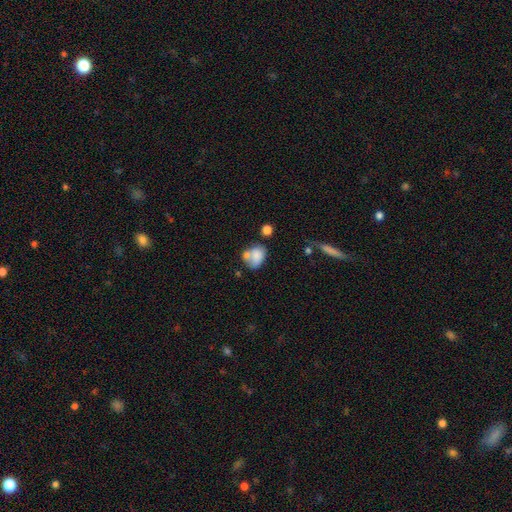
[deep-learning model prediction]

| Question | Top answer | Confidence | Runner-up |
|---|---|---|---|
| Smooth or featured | smooth | 75% | featured or disk (16%) |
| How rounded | in between | 71% | round (28%) |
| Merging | merger | 37% | none (34%) |